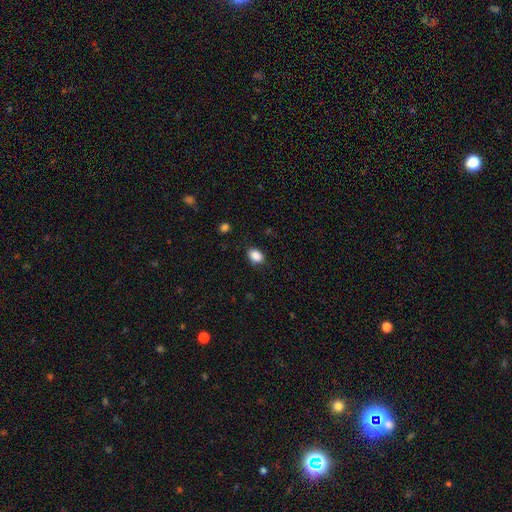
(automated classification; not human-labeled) smooth_or_featured: smooth (p=0.88) [alt: star or artifact p=0.09]
how_rounded: in between (p=0.77) [alt: round p=0.22]
merging: none (p=0.83) [alt: minor disturbance p=0.13]